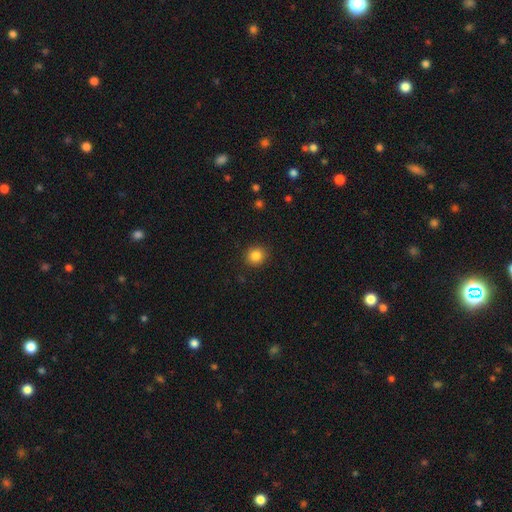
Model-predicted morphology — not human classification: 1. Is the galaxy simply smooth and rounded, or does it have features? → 85% smooth, 11% star or artifact, 4% featured or disk.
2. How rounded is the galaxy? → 90% round, 9% in between, 1% cigar-shaped.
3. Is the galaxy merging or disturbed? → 91% none, 6% minor disturbance, 2% major disturbance, 1% merger.